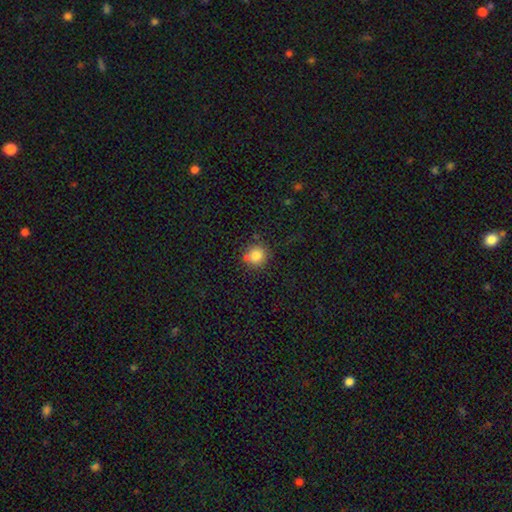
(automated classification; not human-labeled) Smooth or featured? Predicted: smooth (p=0.82). How rounded? Predicted: round (p=0.90). Merging? Predicted: none (p=0.73).